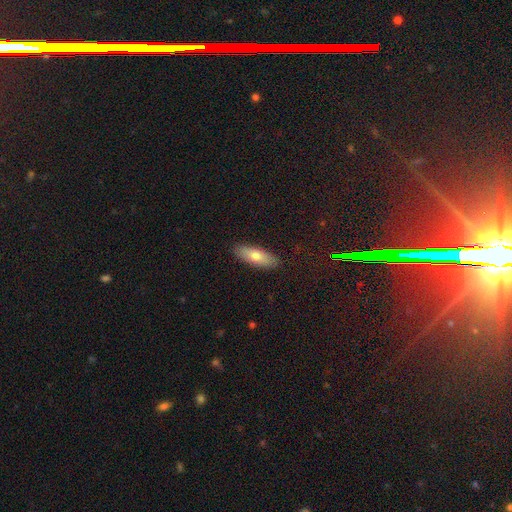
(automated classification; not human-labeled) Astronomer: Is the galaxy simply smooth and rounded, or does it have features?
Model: smooth — 73%.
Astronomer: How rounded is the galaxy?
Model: in between — 62%.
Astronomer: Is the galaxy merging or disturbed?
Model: none — 89%.